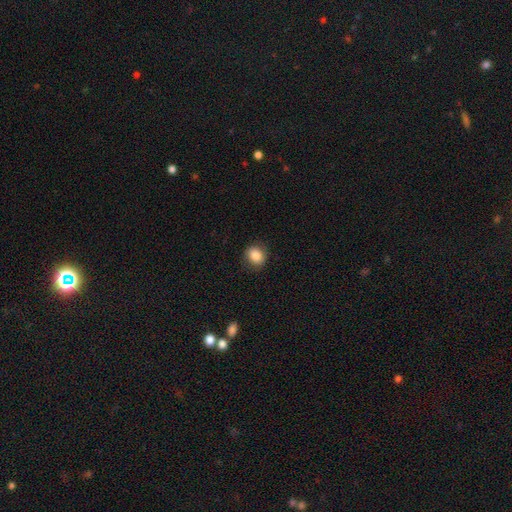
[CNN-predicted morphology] The model was most divided on "how rounded": round: 67%, in between: 32%, cigar-shaped: 1%. More confident: smooth or featured — smooth (86%); merging — none (85%).